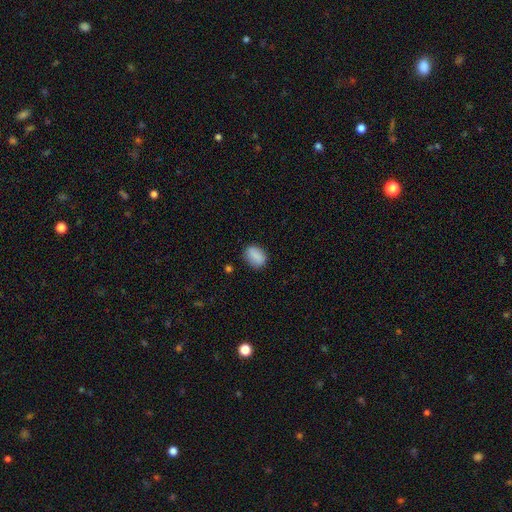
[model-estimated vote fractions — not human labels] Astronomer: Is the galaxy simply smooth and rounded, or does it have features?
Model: smooth — 86%.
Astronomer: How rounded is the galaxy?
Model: in between — 75%.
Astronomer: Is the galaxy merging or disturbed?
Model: none — 81%.